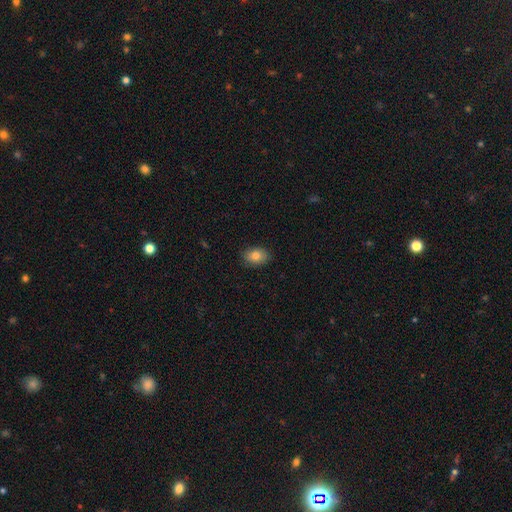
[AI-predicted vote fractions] Morphology: type=smooth (83%); roundness=in between (82%); merging=none (86%).